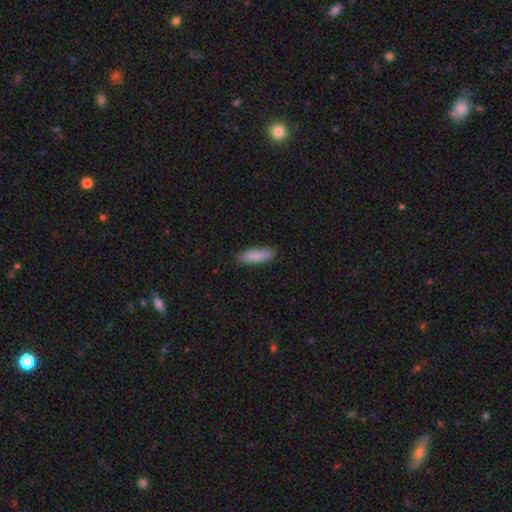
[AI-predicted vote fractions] A smooth galaxy with no disk features (88%) that is cigar-shaped (50%). Merging: none (85%).